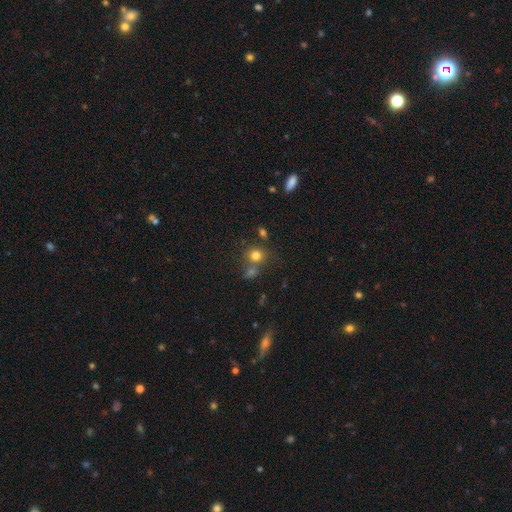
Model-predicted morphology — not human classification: This appears to be a smooth galaxy with no disk features (76%) that is round (80%). Merging: none (59%).